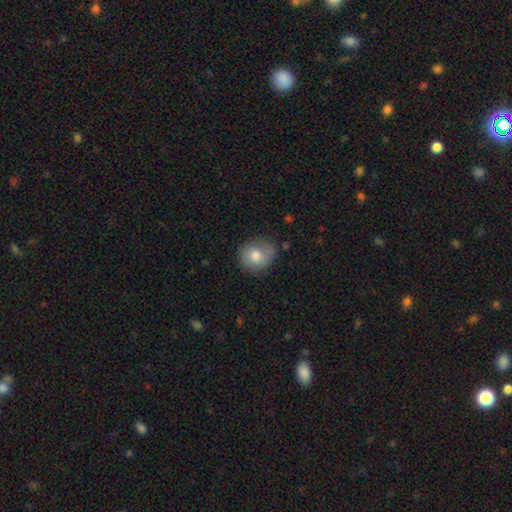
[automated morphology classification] The model was most divided on "smooth or featured": smooth: 72%, featured or disk: 20%, star or artifact: 8%. More confident: how rounded — round (78%); merging — none (73%).